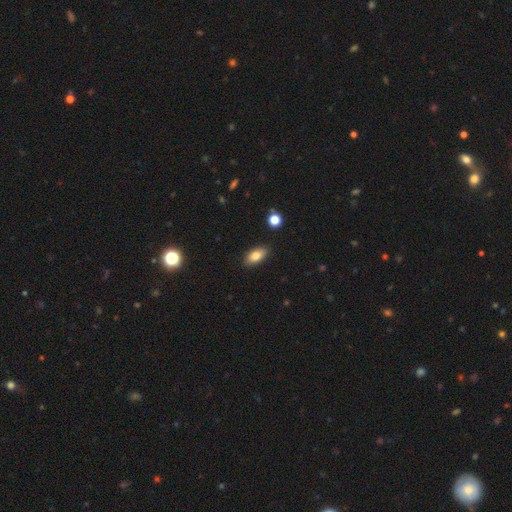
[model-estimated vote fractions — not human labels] Morphology: type=smooth (80%); roundness=in between (88%); merging=none (87%).